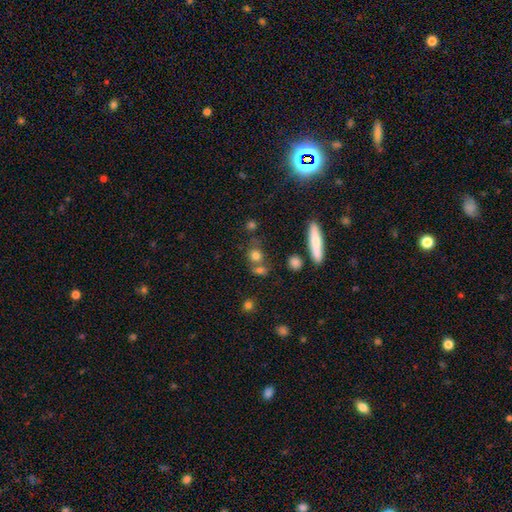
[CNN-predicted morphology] Overall: smooth (76%). How rounded: round (71%). Merging: none (58%; merger 24%).